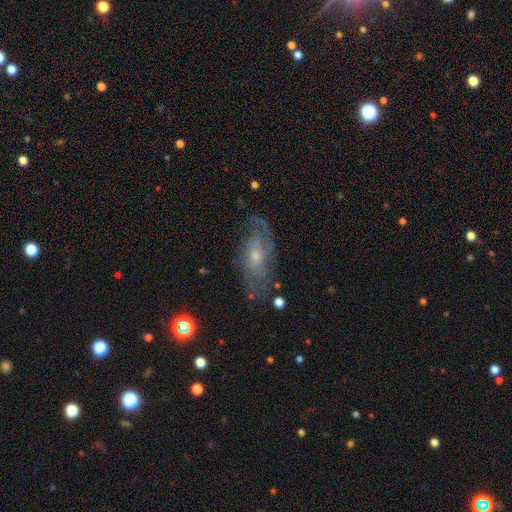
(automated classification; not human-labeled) Smooth or featured? featured or disk (73%)
Edge-on disk? no (90%)
Bar? no (67%)
Spiral arms? yes (85%)
Spiral winding? medium (41%)
Spiral arm count? can't tell (40%)
Bulge size? small (56%)
Merging? none (69%)